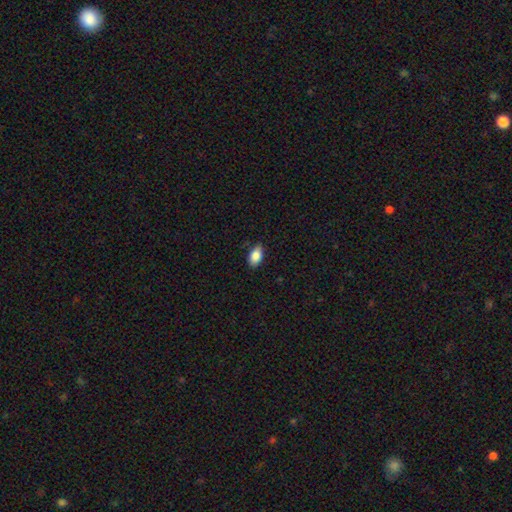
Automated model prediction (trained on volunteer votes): smooth 86%, star or artifact 8%, featured or disk 6%. Down the decision tree: how rounded — in between (91%); merging — none (82%).